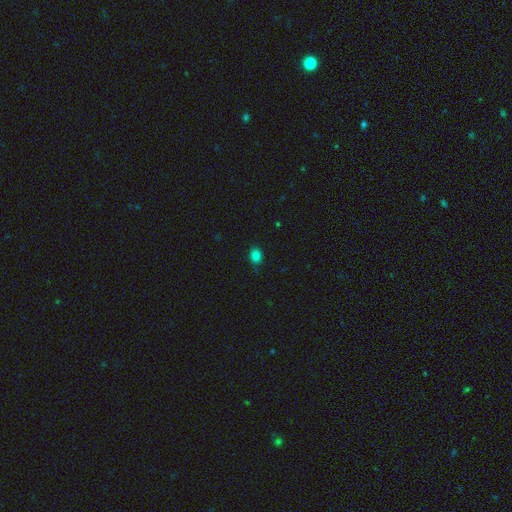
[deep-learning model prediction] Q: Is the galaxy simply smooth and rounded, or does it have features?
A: smooth — 82%.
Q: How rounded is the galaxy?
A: in between — 58%.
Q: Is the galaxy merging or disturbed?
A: none — 83%.